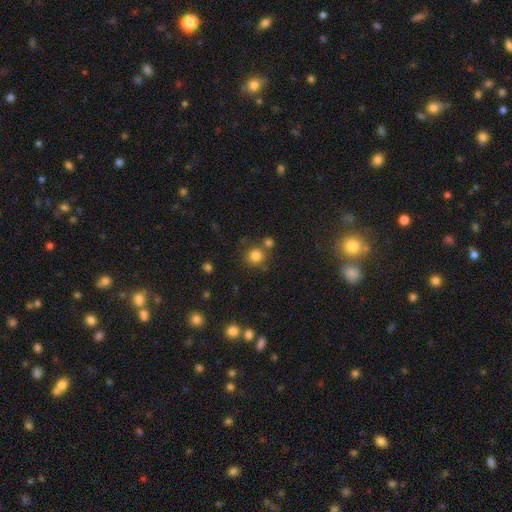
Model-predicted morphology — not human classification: Smooth or featured?
  - smooth: 81% *
  - star or artifact: 13%
  - featured or disk: 6%
How rounded?
  - round: 92% *
  - in between: 7%
  - cigar-shaped: 1%
Merging?
  - none: 70% *
  - merger: 17%
  - minor disturbance: 9%
  - major disturbance: 4%